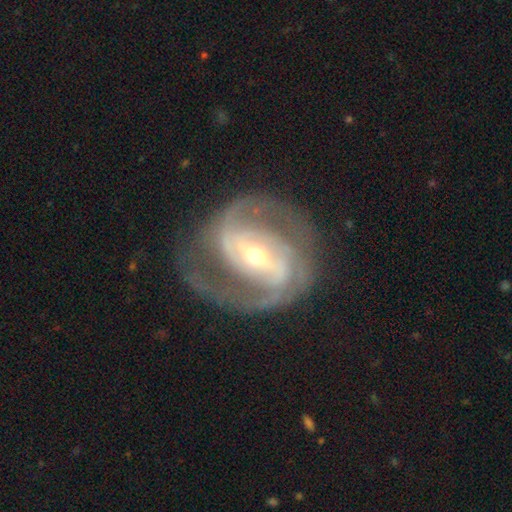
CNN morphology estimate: type=featured or disk (91%); edge-on=no (97%); bar=strong (53%); spiral arms=yes (97%); winding=medium (51%); arm count=2 (78%); bulge=small (49%); merging=none (74%).